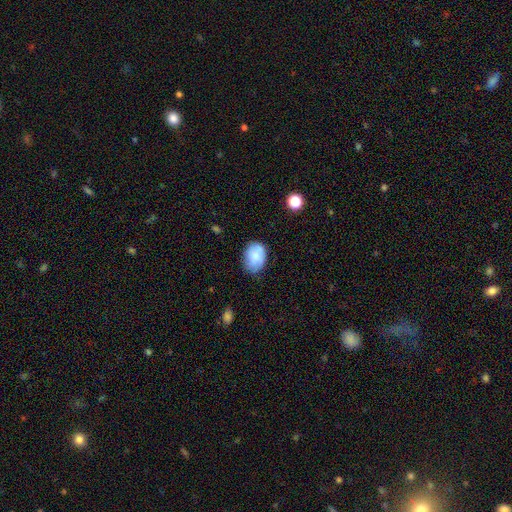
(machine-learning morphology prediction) This appears to be a smooth galaxy with no disk features (80%) that is in between round and cigar-shaped (75%). Merging: none (68%).